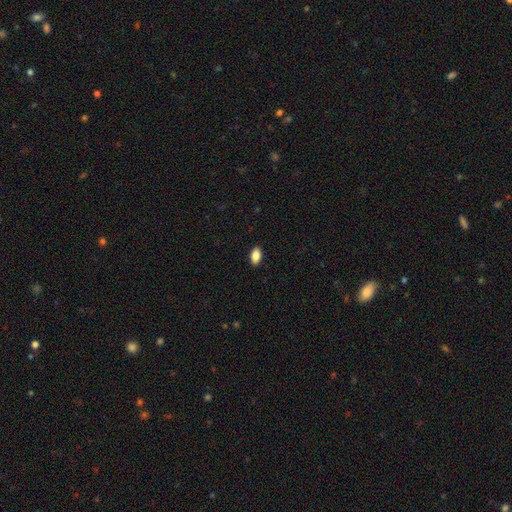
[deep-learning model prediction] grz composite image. It shows a smooth galaxy with no disk features (85%) that is in between round and cigar-shaped (91%). Merging: none (90%).